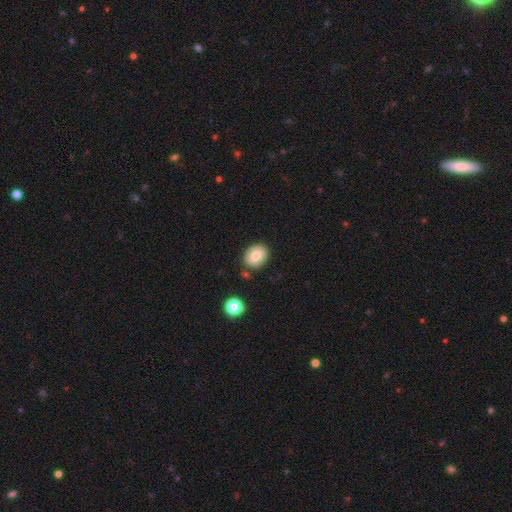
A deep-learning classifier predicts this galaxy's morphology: This appears to be a smooth galaxy with no disk features (79%) that is in between round and cigar-shaped (63%). Merging: none (80%).